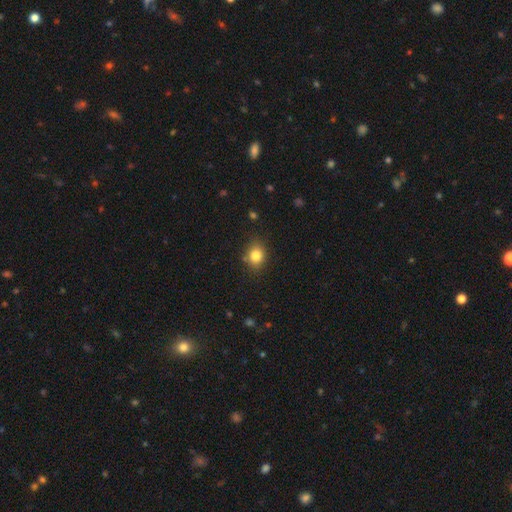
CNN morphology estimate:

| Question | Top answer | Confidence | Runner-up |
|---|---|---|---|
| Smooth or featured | smooth | 82% | star or artifact (11%) |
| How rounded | round | 55% | in between (44%) |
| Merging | none | 81% | minor disturbance (14%) |